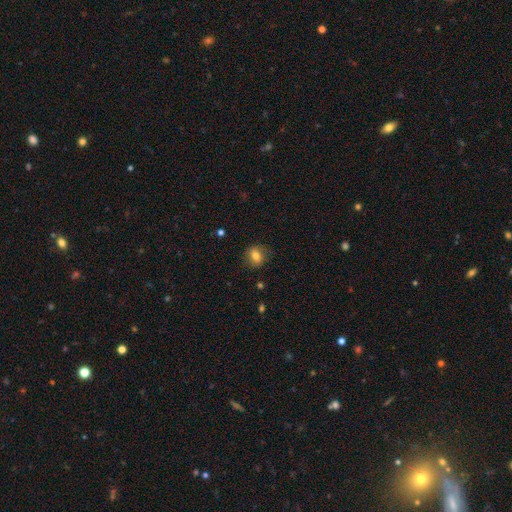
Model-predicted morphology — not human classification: Smooth or featured? smooth (76%)
How rounded? round (57%)
Merging? none (83%)